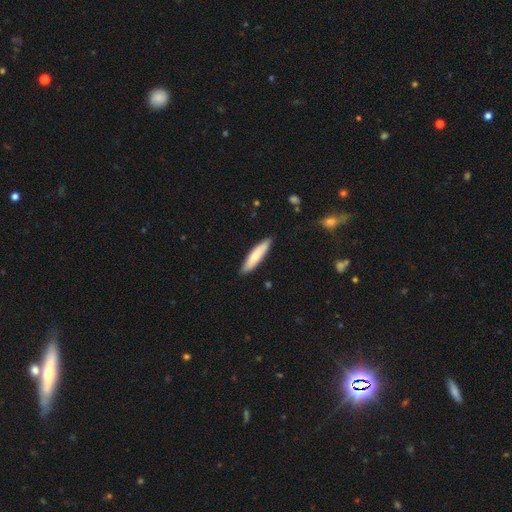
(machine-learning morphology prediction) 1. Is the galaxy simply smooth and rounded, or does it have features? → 72% smooth, 23% featured or disk, 5% star or artifact.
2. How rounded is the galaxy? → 78% cigar-shaped, 21% in between, 1% round.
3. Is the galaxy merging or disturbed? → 87% none, 10% minor disturbance, 2% major disturbance, 1% merger.